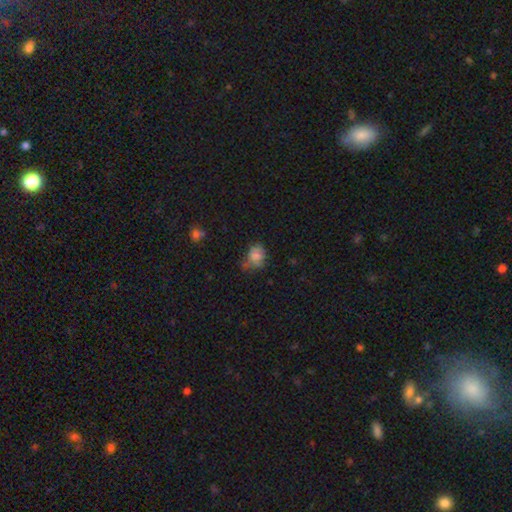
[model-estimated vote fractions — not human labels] A smooth galaxy with no disk features (73%) that is round (53%).

Vote fractions:
- Smooth or featured? smooth: 73% / featured or disk: 15% / star or artifact: 12%
- How rounded? round: 53% / in between: 46% / cigar-shaped: 1%
- Merging? none: 45% / minor disturbance: 35% / major disturbance: 15% / merger: 5%